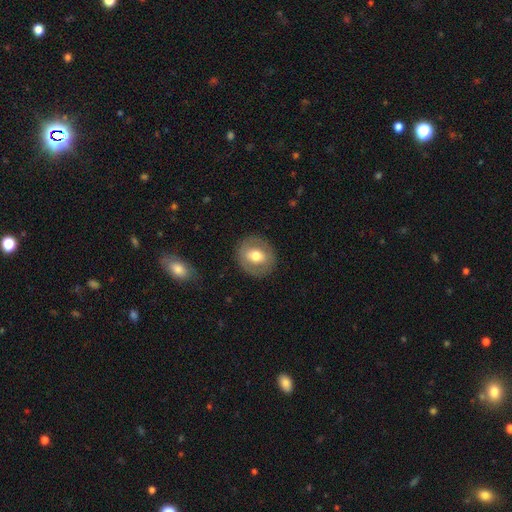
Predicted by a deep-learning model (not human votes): A smooth galaxy with no disk features (52%) that is round (75%). Merging: none (85%).